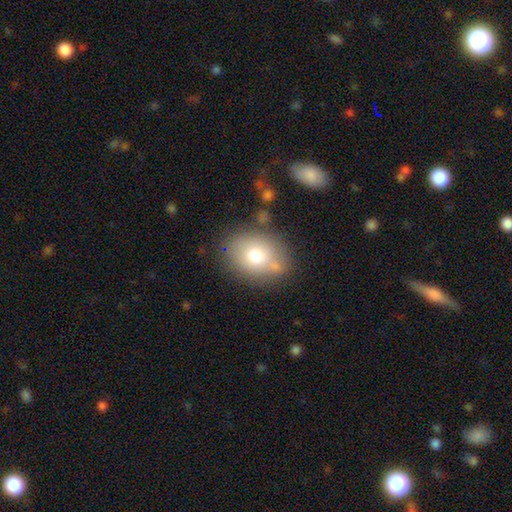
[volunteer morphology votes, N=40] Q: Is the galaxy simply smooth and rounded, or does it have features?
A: smooth — 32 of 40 (80%).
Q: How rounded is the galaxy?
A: in between — 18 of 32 (56%).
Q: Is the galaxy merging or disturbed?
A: none — 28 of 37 (76%).